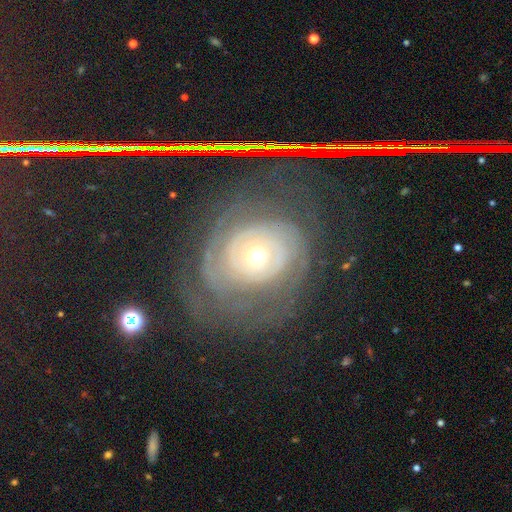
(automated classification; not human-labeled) Smooth or featured?
  - featured or disk: 78% *
  - smooth: 11%
  - star or artifact: 10%
Edge-on disk?
  - no: 96% *
  - yes: 4%
Bar?
  - no: 80% *
  - weak: 14%
  - strong: 6%
Spiral arms?
  - yes: 85% *
  - no: 15%
Spiral winding?
  - tight: 76% *
  - medium: 18%
  - loose: 6%
Spiral arm count?
  - can't tell: 42% *
  - 2: 26%
  - 3: 11%
  - 4: 7%
  - 1: 7%
  - more than 4: 7%
Bulge size?
  - small: 52% *
  - moderate: 43%
  - large: 3%
  - dominant: 1%
  - none: 1%
Merging?
  - none: 67% *
  - minor disturbance: 17%
  - major disturbance: 14%
  - merger: 2%